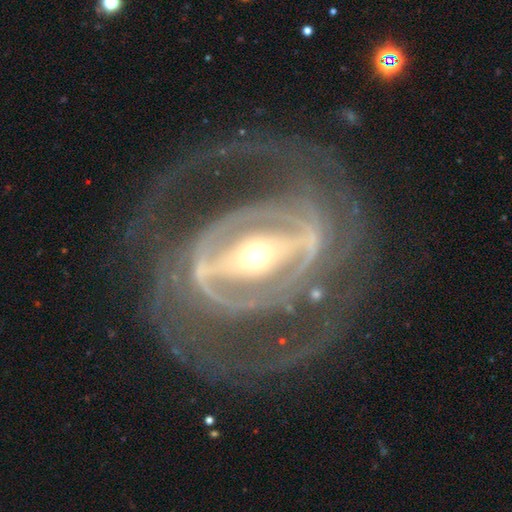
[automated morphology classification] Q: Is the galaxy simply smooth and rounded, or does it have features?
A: featured or disk — 91%.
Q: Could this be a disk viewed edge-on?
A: no — 94%.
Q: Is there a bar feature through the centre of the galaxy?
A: strong — 77%.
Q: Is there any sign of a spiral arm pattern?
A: yes — 84%.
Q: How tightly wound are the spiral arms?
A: tight — 45%.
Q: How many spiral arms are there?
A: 2 — 59%.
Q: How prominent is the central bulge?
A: moderate — 62%.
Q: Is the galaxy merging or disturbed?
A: none — 66%.